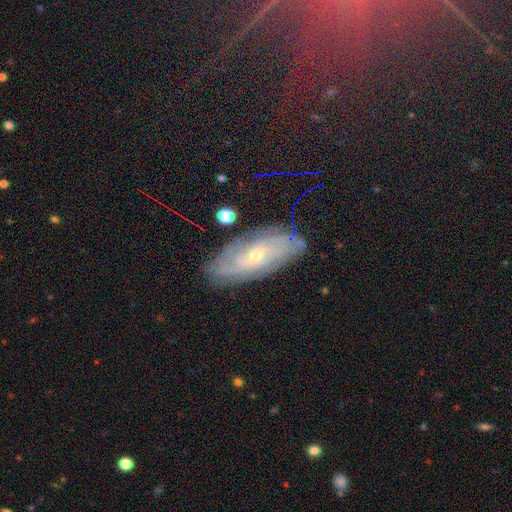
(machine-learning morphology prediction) smooth_or_featured: featured or disk (p=0.77) [alt: smooth p=0.14]
disk_edge_on: no (p=0.90) [alt: yes p=0.10]
bar: no (p=0.61) [alt: weak p=0.31]
has_spiral_arms: yes (p=0.93) [alt: no p=0.07]
spiral_winding: tight (p=0.70) [alt: medium p=0.23]
spiral_arm_count: can't tell (p=0.48) [alt: 2 p=0.14]
bulge_size: small (p=0.74) [alt: moderate p=0.23]
merging: none (p=0.81) [alt: minor disturbance p=0.14]